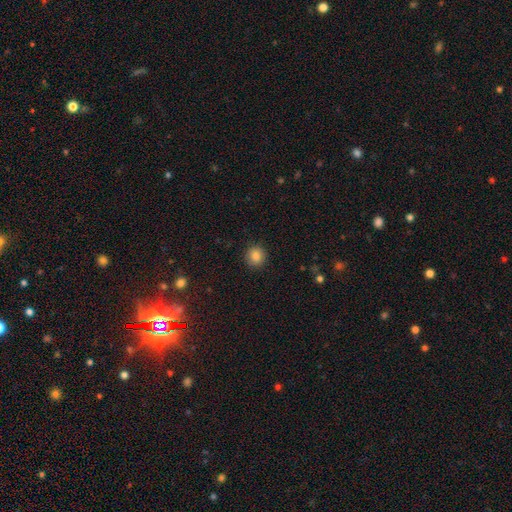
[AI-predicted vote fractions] smooth_or_featured: smooth (p=0.85) [alt: star or artifact p=0.10]
how_rounded: round (p=0.88) [alt: in between p=0.11]
merging: none (p=0.91) [alt: minor disturbance p=0.06]